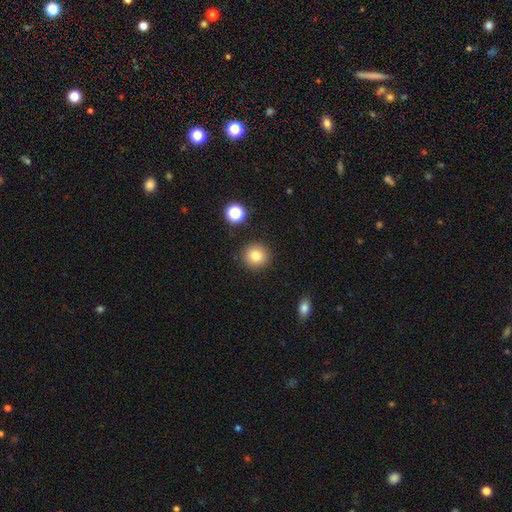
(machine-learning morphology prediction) Smooth or featured: smooth — 81% (star or artifact — 11%)
How rounded: round — 93% (in between — 6%)
Merging: none — 90% (minor disturbance — 6%)